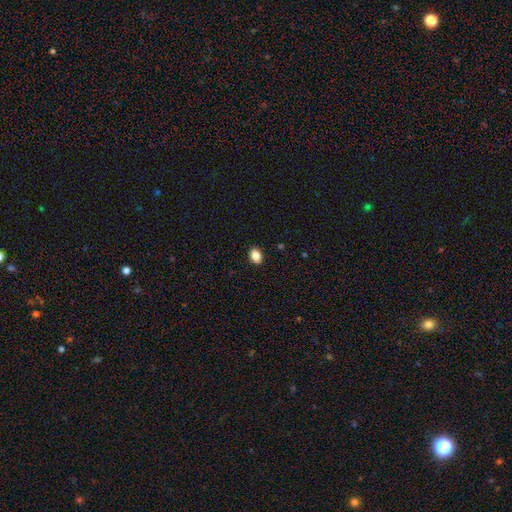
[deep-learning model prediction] This is clearly a smooth galaxy (86%). How rounded: likely in between (72%). Merging: clearly none (90%).